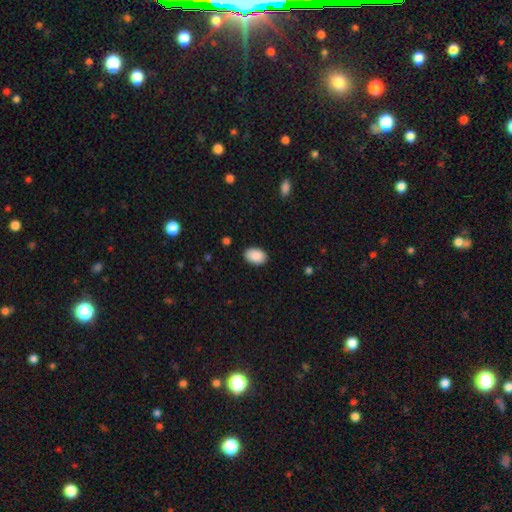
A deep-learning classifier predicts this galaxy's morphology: smooth-or-featured: smooth: 90% | star or artifact: 7% | featured or disk: 3%
  how-rounded: in between: 88% | round: 11% | cigar-shaped: 1%
  merging: none: 88% | minor disturbance: 9% | major disturbance: 2% | merger: 1%